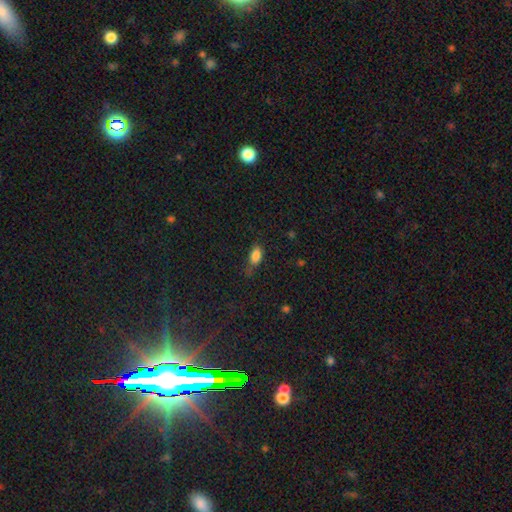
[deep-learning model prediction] A smooth galaxy with no disk features (82%) that is in between round and cigar-shaped (86%).

Vote fractions:
- Smooth or featured? smooth: 82% / star or artifact: 11% / featured or disk: 7%
- How rounded? in between: 86% / round: 8% / cigar-shaped: 6%
- Merging? none: 54% / minor disturbance: 32% / major disturbance: 12% / merger: 3%